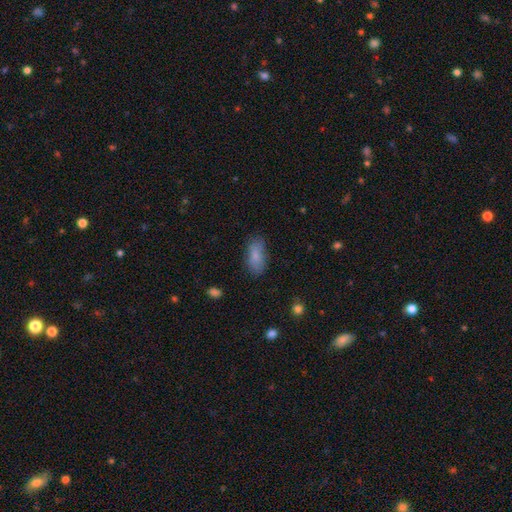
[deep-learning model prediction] A smooth galaxy with no disk features (81%) that is in between round and cigar-shaped (87%).

Vote fractions:
- Smooth or featured? smooth: 81% / featured or disk: 12% / star or artifact: 7%
- How rounded? in between: 87% / cigar-shaped: 10% / round: 3%
- Merging? none: 77% / minor disturbance: 17% / major disturbance: 4% / merger: 2%